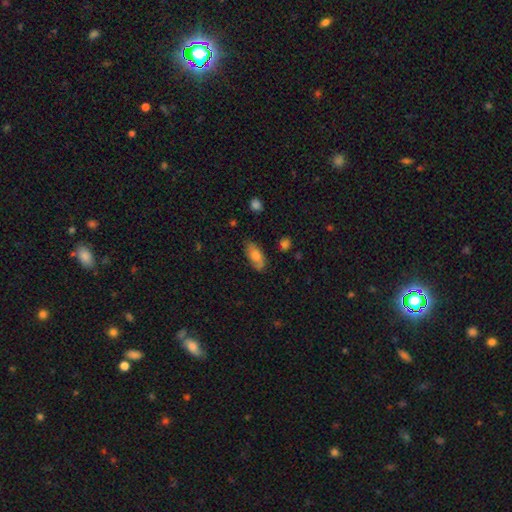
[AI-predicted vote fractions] The model was most divided on "smooth or featured": smooth: 62%, featured or disk: 30%, star or artifact: 7%. More confident: how rounded — in between (86%); merging — none (74%).